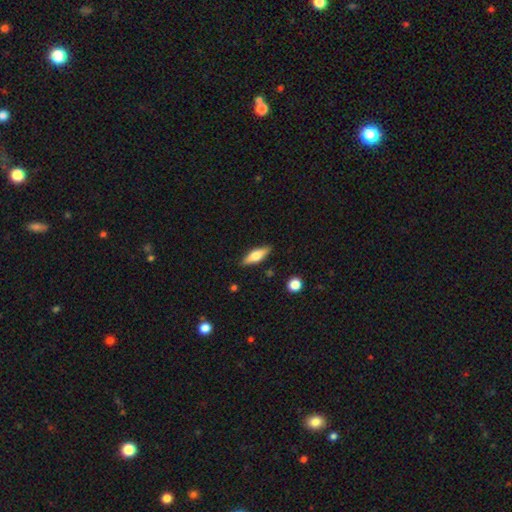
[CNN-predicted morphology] Smooth or featured? smooth (55%)
How rounded? in between (52%)
Merging? none (86%)